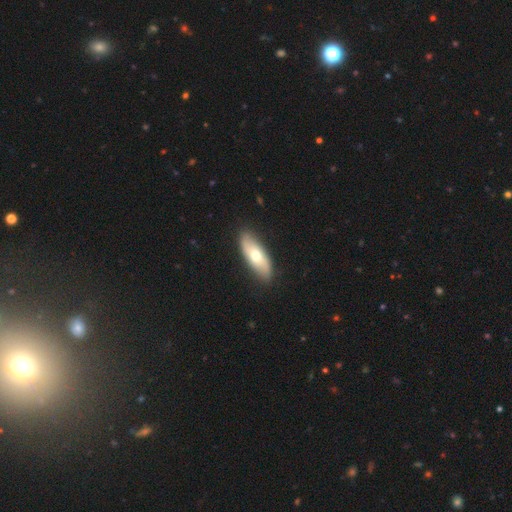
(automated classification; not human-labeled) smooth_or_featured: smooth (p=0.58) [alt: featured or disk p=0.37]
how_rounded: in between (p=0.72) [alt: cigar-shaped p=0.25]
merging: none (p=0.85) [alt: minor disturbance p=0.11]